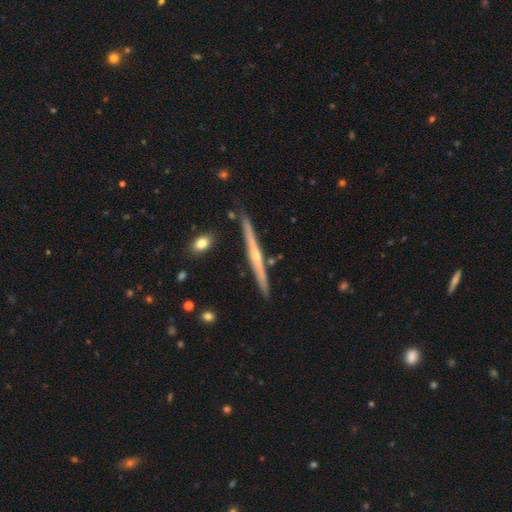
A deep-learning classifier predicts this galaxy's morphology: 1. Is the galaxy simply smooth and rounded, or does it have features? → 75% featured or disk, 19% smooth, 6% star or artifact.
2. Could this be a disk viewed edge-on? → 98% yes, 2% no.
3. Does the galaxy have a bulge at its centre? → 65% rounded, 31% none, 4% boxy.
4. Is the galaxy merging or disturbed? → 87% none, 9% minor disturbance, 2% merger, 2% major disturbance.